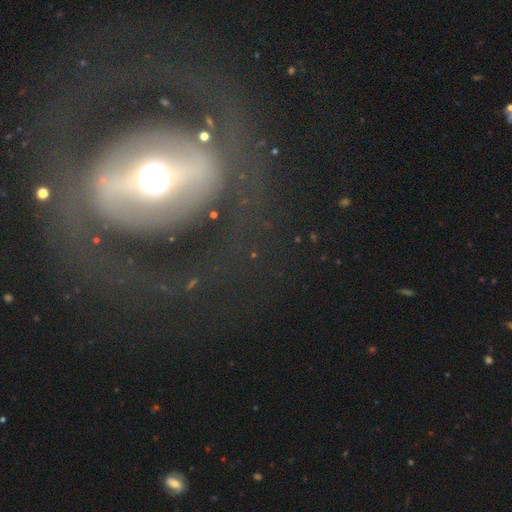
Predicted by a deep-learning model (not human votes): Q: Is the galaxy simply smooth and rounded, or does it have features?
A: featured or disk — 79%.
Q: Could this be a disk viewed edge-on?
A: no — 85%.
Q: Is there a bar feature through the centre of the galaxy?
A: strong — 66%.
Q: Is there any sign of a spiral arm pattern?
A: no — 62%.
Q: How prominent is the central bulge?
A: moderate — 61%.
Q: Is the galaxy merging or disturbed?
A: none — 74%.